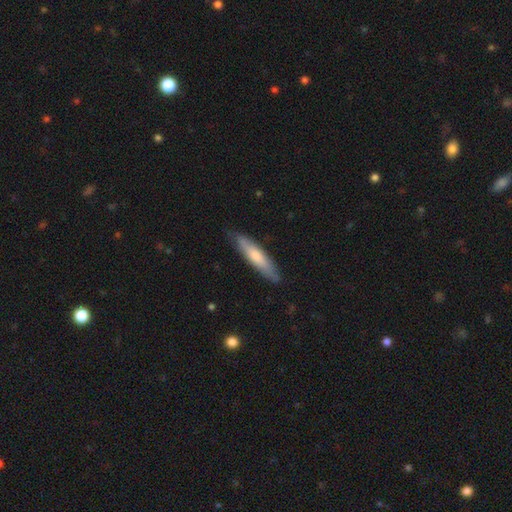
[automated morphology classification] Q: Smooth or featured?
A: smooth (62%); runner-up: featured or disk (32%)
Q: How rounded?
A: cigar-shaped (85%); runner-up: in between (14%)
Q: Merging?
A: none (85%); runner-up: minor disturbance (12%)